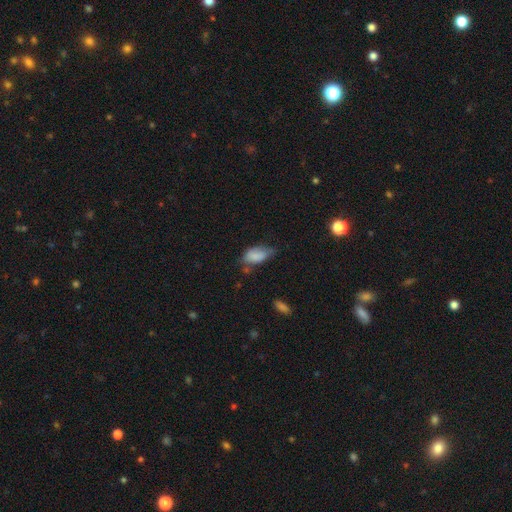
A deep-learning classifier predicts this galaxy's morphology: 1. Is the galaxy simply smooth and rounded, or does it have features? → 79% smooth, 13% featured or disk, 8% star or artifact.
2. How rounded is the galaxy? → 91% in between, 5% round, 4% cigar-shaped.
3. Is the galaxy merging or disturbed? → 43% minor disturbance, 37% none, 15% major disturbance, 5% merger.